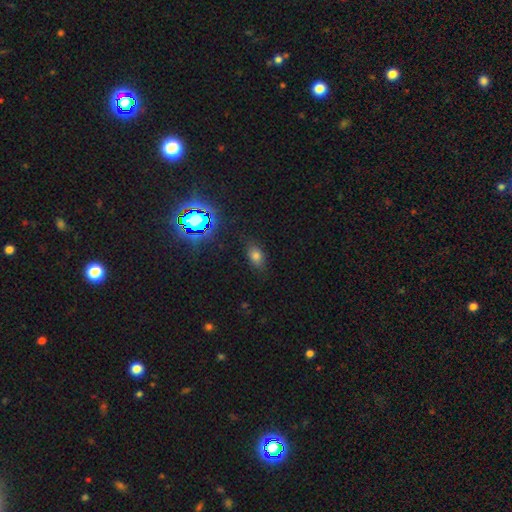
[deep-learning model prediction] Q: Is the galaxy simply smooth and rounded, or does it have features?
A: smooth — 70%.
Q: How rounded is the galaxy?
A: in between — 82%.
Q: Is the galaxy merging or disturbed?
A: none — 81%.